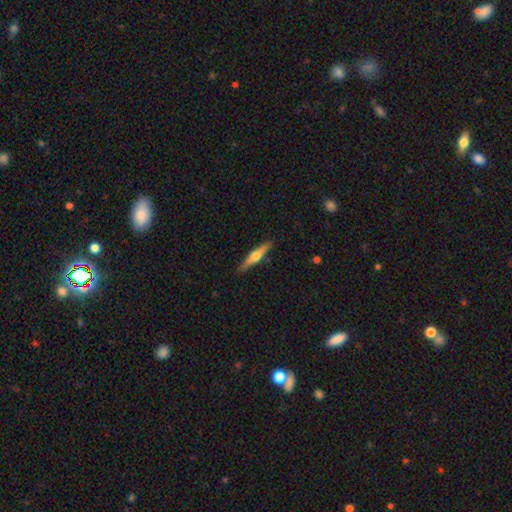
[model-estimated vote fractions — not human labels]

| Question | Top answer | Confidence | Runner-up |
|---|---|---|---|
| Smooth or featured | featured or disk | 60% | smooth (35%) |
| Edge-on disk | yes | 97% | no (3%) |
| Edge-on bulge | rounded | 90% | boxy (6%) |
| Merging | none | 89% | minor disturbance (9%) |